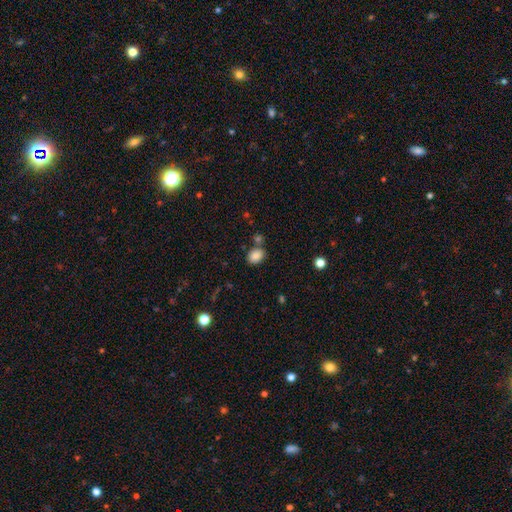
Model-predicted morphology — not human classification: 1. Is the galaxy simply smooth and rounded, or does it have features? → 86% smooth, 9% star or artifact, 5% featured or disk.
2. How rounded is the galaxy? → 66% in between, 33% round, 1% cigar-shaped.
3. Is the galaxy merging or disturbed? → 70% none, 13% merger, 13% minor disturbance, 4% major disturbance.